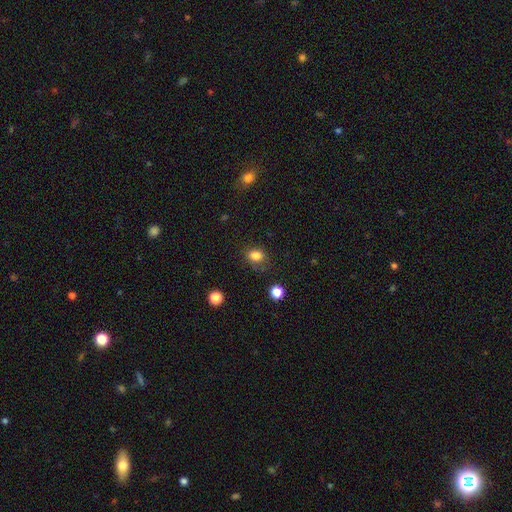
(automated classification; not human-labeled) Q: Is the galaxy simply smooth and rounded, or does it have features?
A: smooth — 83%.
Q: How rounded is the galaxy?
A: in between — 54%.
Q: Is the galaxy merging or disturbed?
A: none — 69%.